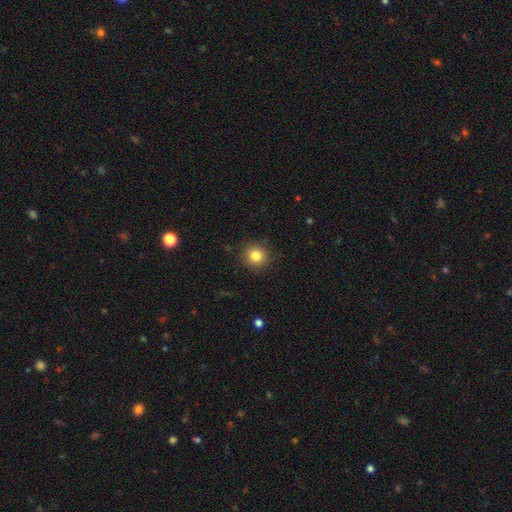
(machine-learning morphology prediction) smooth_or_featured: smooth (p=0.82) [alt: star or artifact p=0.11]
how_rounded: round (p=0.92) [alt: in between p=0.07]
merging: none (p=0.90) [alt: minor disturbance p=0.07]